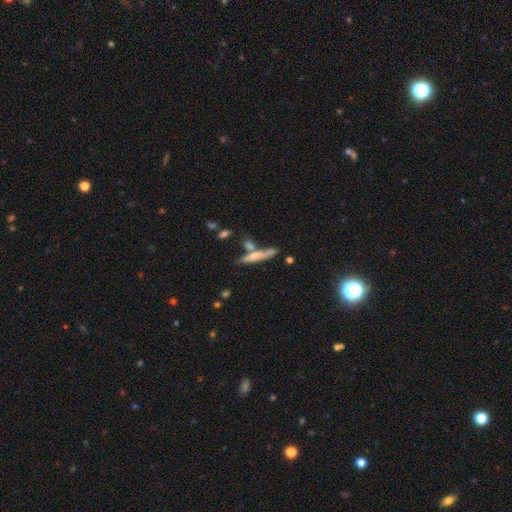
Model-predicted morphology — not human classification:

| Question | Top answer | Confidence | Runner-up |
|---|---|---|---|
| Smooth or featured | smooth | 59% | featured or disk (34%) |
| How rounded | cigar-shaped | 87% | in between (11%) |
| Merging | none | 58% | merger (19%) |